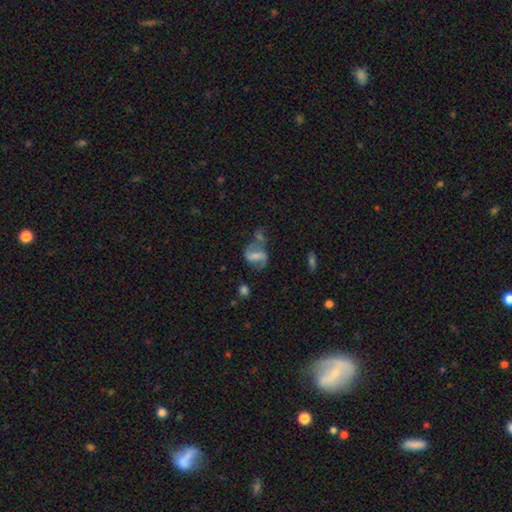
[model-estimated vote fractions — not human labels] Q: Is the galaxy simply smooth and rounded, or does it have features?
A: featured or disk — 66%.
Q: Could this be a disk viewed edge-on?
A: no — 96%.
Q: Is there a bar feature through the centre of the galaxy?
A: strong — 40%.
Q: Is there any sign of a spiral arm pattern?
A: yes — 80%.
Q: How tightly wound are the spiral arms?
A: loose — 46%.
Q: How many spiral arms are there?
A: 2 — 84%.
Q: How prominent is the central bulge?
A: small — 33%.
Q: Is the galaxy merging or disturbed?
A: none — 39%.